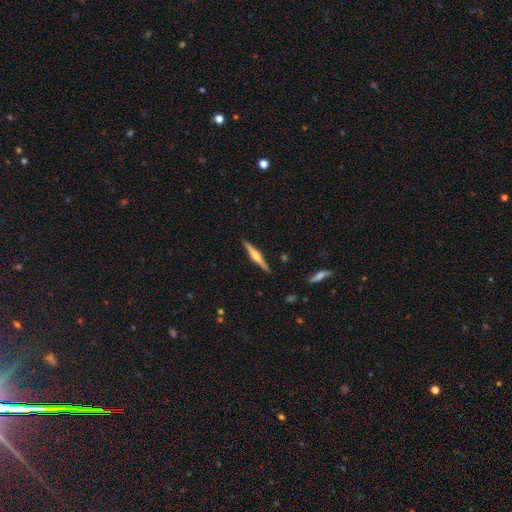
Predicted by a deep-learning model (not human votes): Smooth or featured? Predicted: featured or disk (p=0.73). Edge-on disk? Predicted: yes (p=0.98). Edge-on bulge? Predicted: rounded (p=0.86). Merging? Predicted: none (p=0.91).